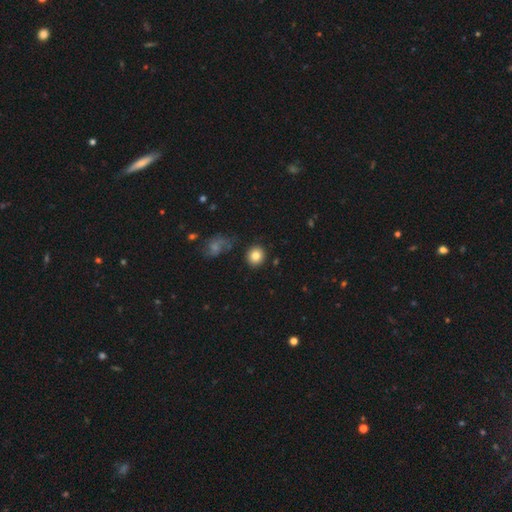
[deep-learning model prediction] Morphology: type=smooth (83%); roundness=round (88%); merging=none (86%).